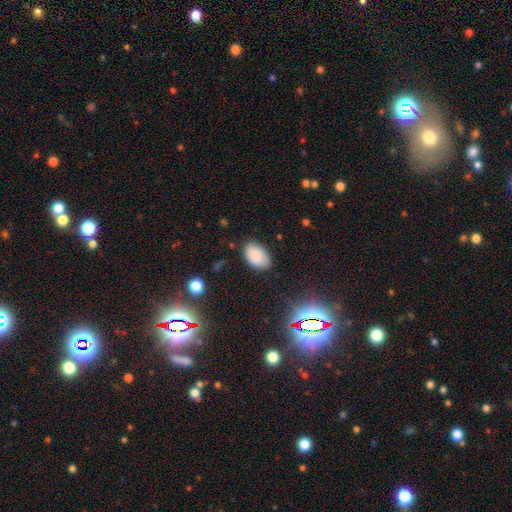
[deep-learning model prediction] This appears to be a smooth galaxy with no disk features (85%) that is in between round and cigar-shaped (92%). Merging: none (78%).